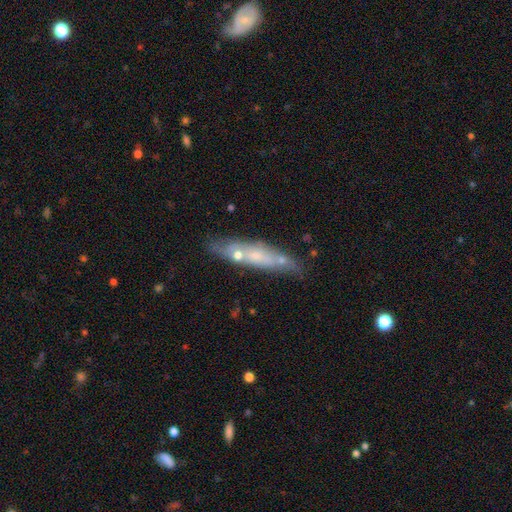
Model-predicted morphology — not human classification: Overall: featured or disk (50%; smooth 40%). Edge-on disk: yes (57%; no 43%). Merging: none (63%).